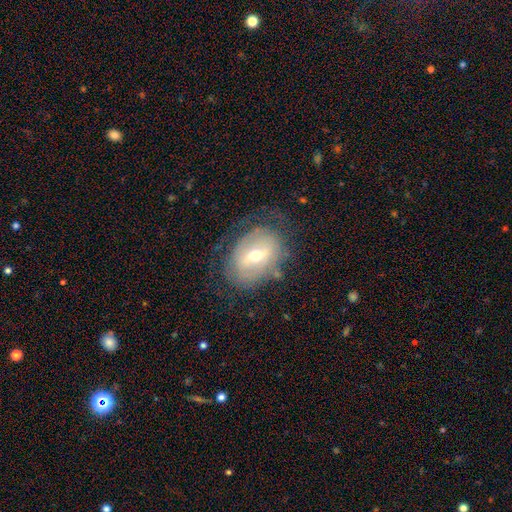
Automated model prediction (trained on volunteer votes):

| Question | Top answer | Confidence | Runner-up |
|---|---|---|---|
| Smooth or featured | featured or disk | 59% | smooth (32%) |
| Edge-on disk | no | 91% | yes (9%) |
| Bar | weak | 43% | strong (33%) |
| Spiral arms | no | 56% | yes (44%) |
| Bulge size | moderate | 61% | small (33%) |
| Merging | none | 63% | minor disturbance (21%) |